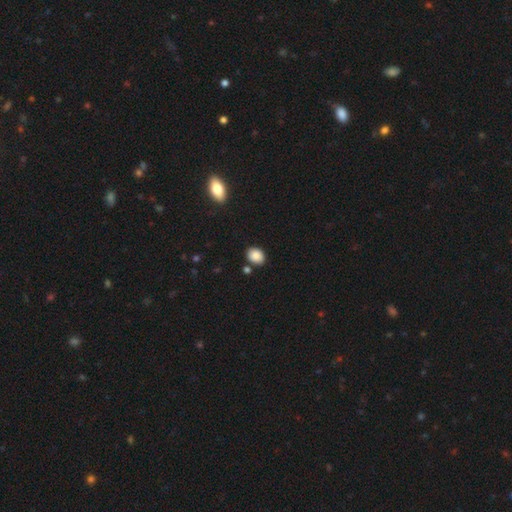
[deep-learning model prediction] smooth_or_featured: smooth (p=0.87) [alt: star or artifact p=0.08]
how_rounded: in between (p=0.64) [alt: round p=0.35]
merging: none (p=0.80) [alt: minor disturbance p=0.12]